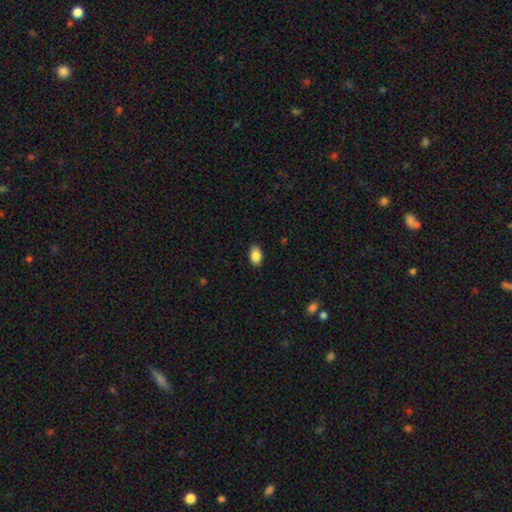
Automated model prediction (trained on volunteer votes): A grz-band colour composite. It shows a smooth galaxy with no disk features (87%) that is in between round and cigar-shaped (88%). Merging: none (86%).